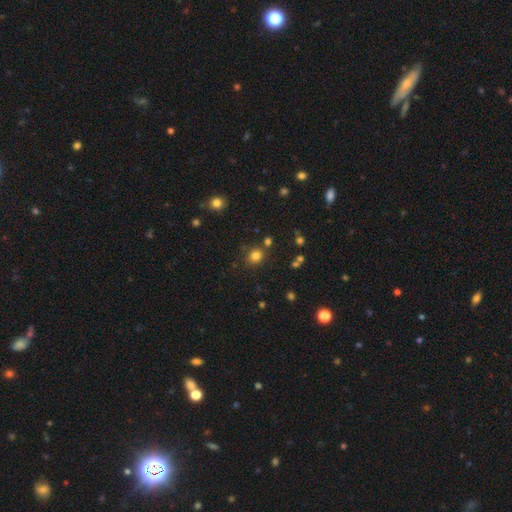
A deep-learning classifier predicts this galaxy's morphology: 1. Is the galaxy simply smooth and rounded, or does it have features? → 79% smooth, 15% star or artifact, 6% featured or disk.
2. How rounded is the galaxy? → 87% round, 12% in between, 1% cigar-shaped.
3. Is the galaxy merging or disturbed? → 81% none, 9% minor disturbance, 7% merger, 3% major disturbance.